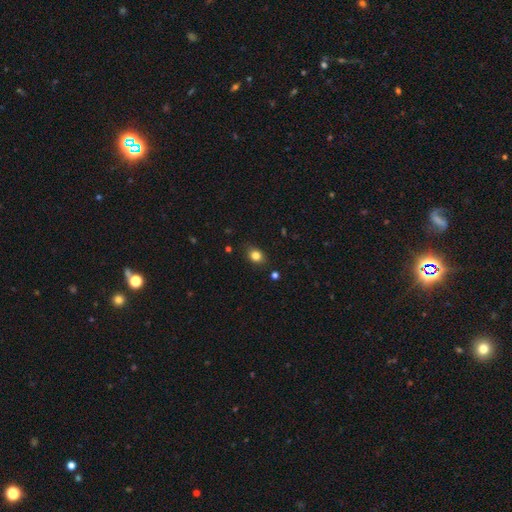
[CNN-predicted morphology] This is clearly a smooth galaxy (82%). How rounded: possibly in between (54%). Merging: clearly none (83%).